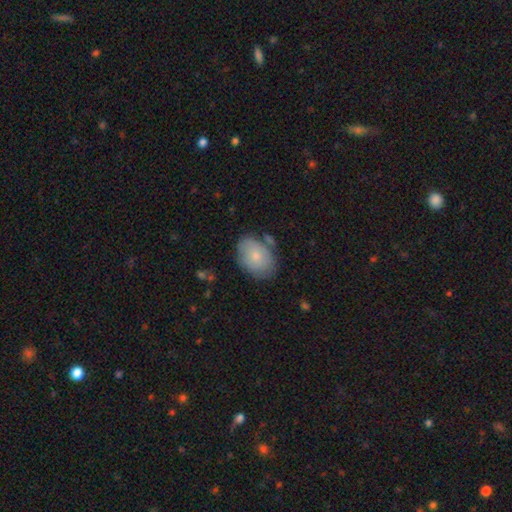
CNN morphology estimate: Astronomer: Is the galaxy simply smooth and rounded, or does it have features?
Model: smooth — 77%.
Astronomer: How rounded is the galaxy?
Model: in between — 81%.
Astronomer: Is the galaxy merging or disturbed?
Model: none — 70%.